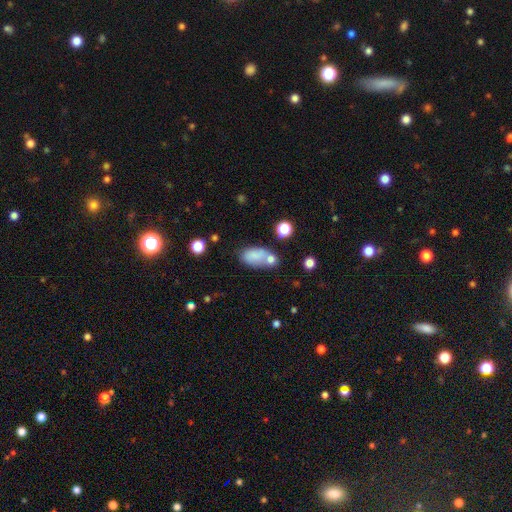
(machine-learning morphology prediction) Smooth or featured? Predicted: smooth (p=0.78). How rounded? Predicted: in between (p=0.88). Merging? Predicted: none (p=0.44).